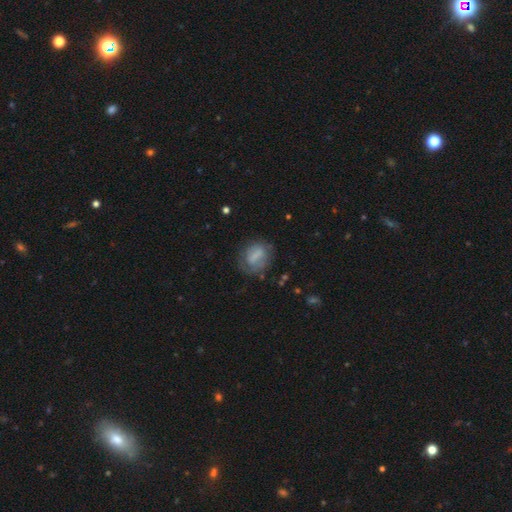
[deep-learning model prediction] The model was most divided on "how rounded": in between: 53%, round: 44%, cigar-shaped: 3%. More confident: smooth or featured — smooth (64%); merging — none (61%).